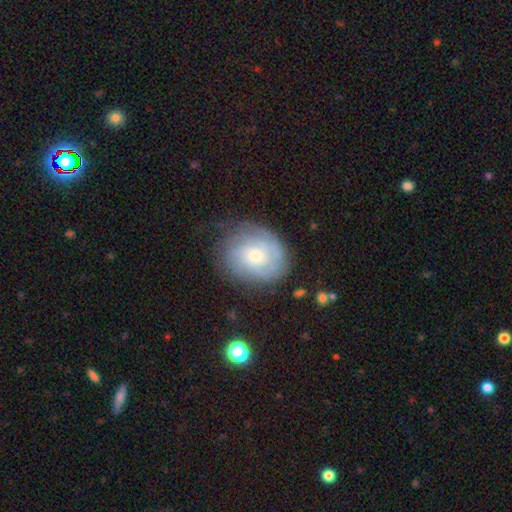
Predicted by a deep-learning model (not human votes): This appears to be a featured or disk galaxy (66%) with no bar (77%), tight (67%) spiral arms (88%) and a small central bulge (47%). Merging: none (73%).